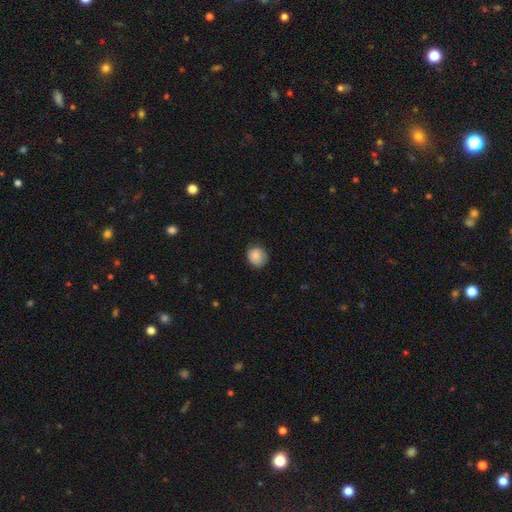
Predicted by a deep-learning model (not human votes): smooth 86%, star or artifact 8%, featured or disk 7%. Down the decision tree: how rounded — round (79%); merging — none (76%).